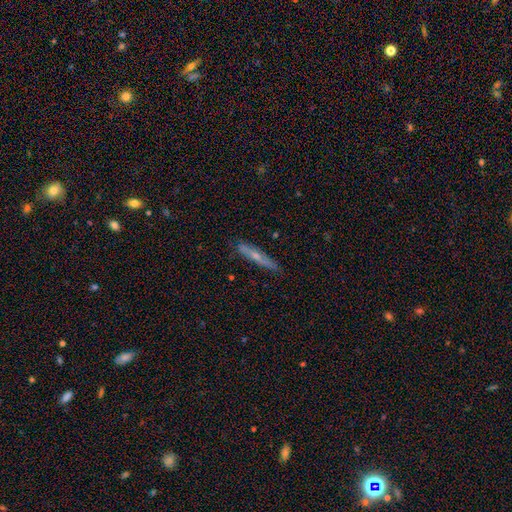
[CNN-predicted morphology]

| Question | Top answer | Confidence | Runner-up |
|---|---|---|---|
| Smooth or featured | featured or disk | 53% | smooth (40%) |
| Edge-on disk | yes | 89% | no (11%) |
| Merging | none | 80% | minor disturbance (15%) |